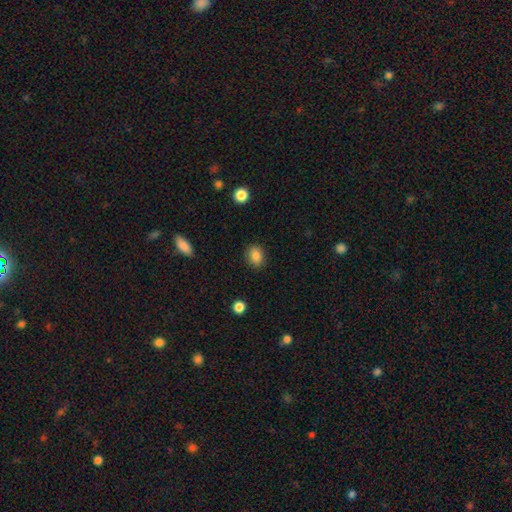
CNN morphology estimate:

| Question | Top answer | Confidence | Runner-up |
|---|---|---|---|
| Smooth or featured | smooth | 86% | star or artifact (9%) |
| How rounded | in between | 58% | round (41%) |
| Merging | none | 88% | minor disturbance (9%) |